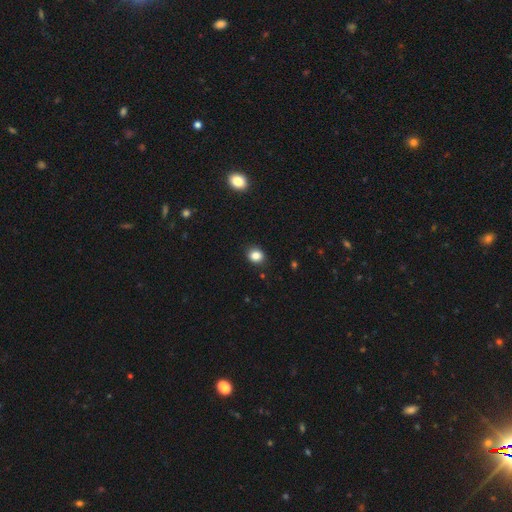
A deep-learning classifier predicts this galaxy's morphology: smooth 85%, star or artifact 11%, featured or disk 5%. Down the decision tree: how rounded — round (63%); merging — none (89%).